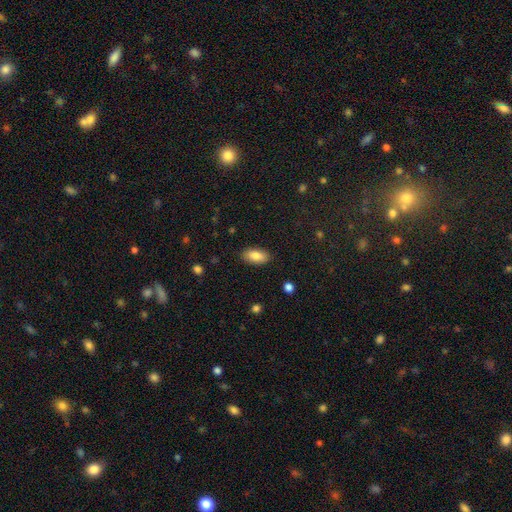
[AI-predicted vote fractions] smooth-or-featured: smooth: 85% | featured or disk: 8% | star or artifact: 7%
  how-rounded: in between: 91% | cigar-shaped: 6% | round: 3%
  merging: none: 87% | minor disturbance: 9% | major disturbance: 2% | merger: 1%